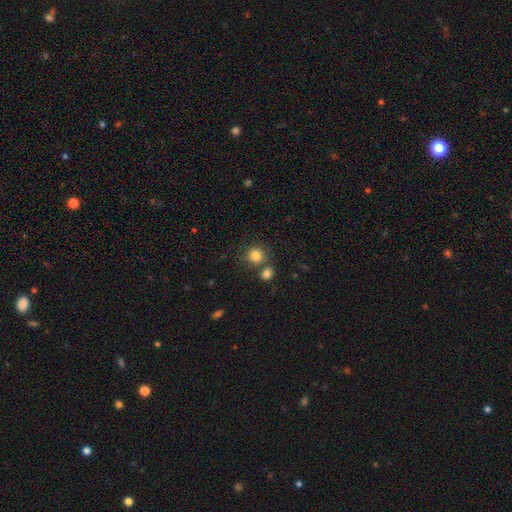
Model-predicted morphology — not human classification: type=smooth (83%); roundness=round (86%); merging=none (67%).